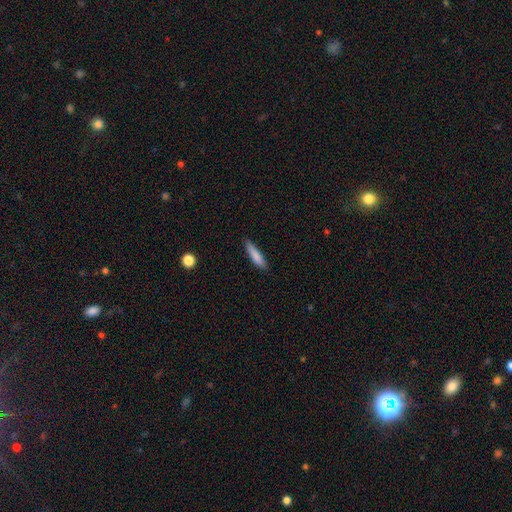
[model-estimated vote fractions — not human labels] Smooth or featured: smooth — 82% (featured or disk — 12%)
How rounded: cigar-shaped — 81% (in between — 18%)
Merging: none — 81% (minor disturbance — 15%)